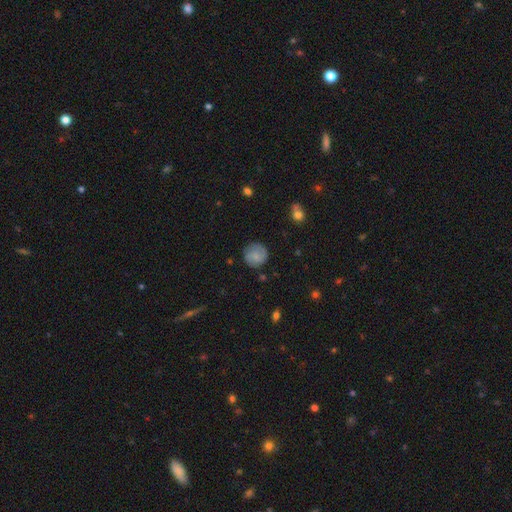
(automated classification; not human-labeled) smooth 63%, featured or disk 29%, star or artifact 8%. Down the decision tree: how rounded — round (90%); merging — none (78%).